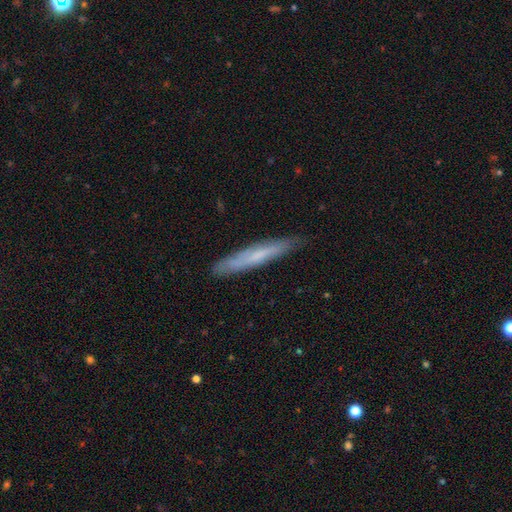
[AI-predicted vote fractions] Smooth or featured?
  - smooth: 52% *
  - featured or disk: 41%
  - star or artifact: 7%
How rounded?
  - cigar-shaped: 94% *
  - in between: 5%
  - round: 1%
Merging?
  - none: 84% *
  - minor disturbance: 13%
  - major disturbance: 2%
  - merger: 1%